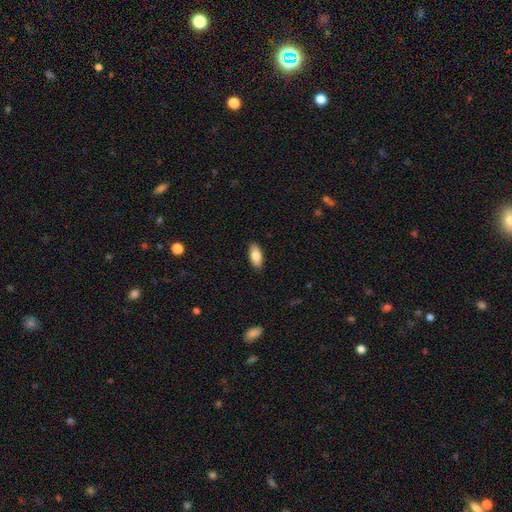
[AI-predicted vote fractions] smooth_or_featured: smooth (p=0.81) [alt: featured or disk p=0.13]
how_rounded: in between (p=0.89) [alt: cigar-shaped p=0.09]
merging: none (p=0.89) [alt: minor disturbance p=0.09]